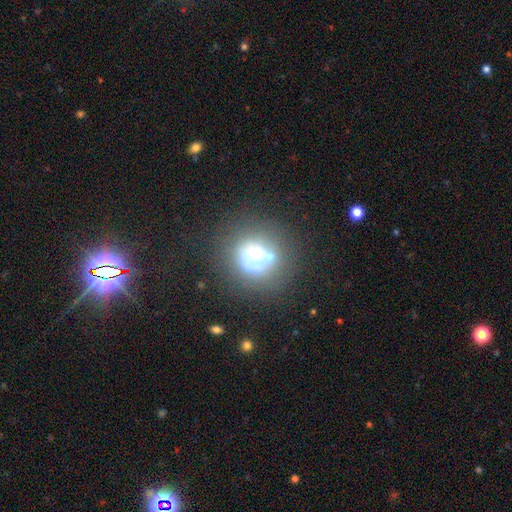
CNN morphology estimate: Overall: featured or disk (49%; smooth 37%). Merging: none (51%; minor disturbance 19%).